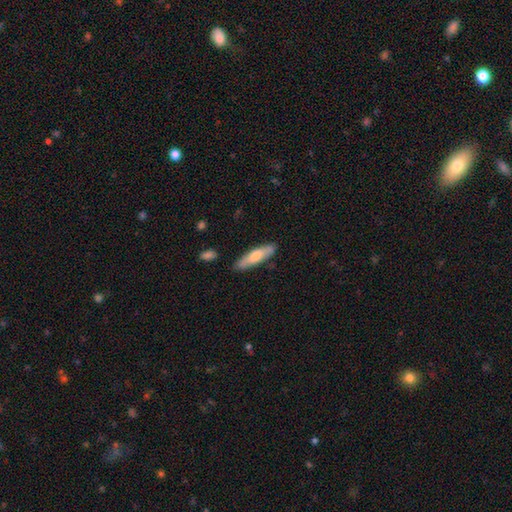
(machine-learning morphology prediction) This is likely a smooth galaxy (64%). How rounded: likely cigar-shaped (73%). Merging: clearly none (84%).